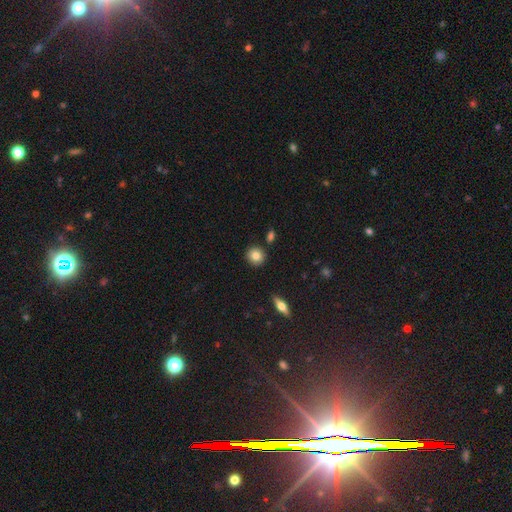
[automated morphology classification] This appears to be a smooth galaxy with no disk features (82%) that is round (88%). Merging: none (88%).